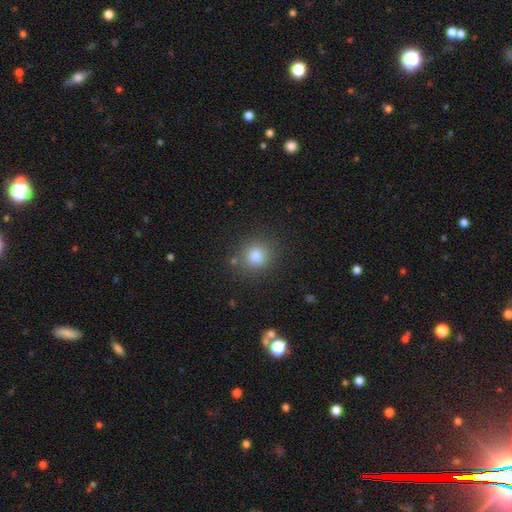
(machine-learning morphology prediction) smooth 81%, star or artifact 12%, featured or disk 6%. Down the decision tree: how rounded — round (77%); merging — none (80%).